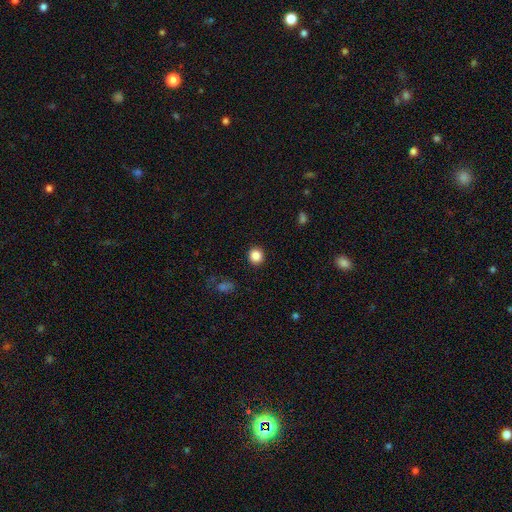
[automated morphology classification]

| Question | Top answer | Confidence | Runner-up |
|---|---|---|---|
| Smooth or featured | smooth | 86% | star or artifact (10%) |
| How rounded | round | 90% | in between (9%) |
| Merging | none | 92% | minor disturbance (5%) |